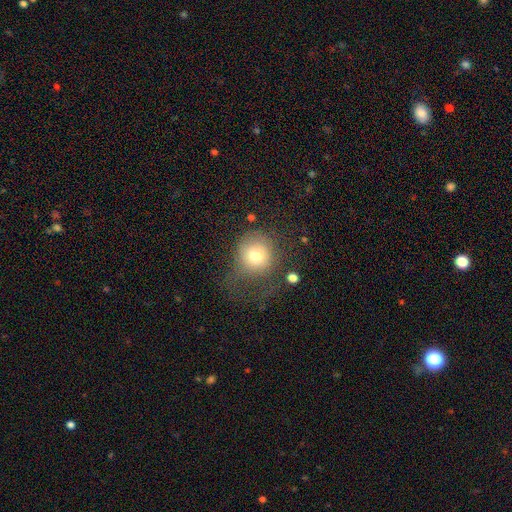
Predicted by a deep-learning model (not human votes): smooth_or_featured: smooth (p=0.73) [alt: featured or disk p=0.15]
how_rounded: round (p=0.85) [alt: in between p=0.14]
merging: none (p=0.42) [alt: major disturbance p=0.31]